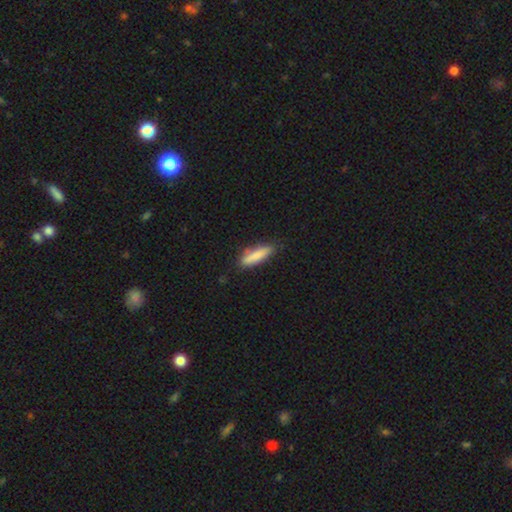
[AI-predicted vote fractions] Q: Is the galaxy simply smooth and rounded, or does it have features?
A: smooth — 81%.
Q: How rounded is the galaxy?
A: cigar-shaped — 73%.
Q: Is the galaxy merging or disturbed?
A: none — 76%.